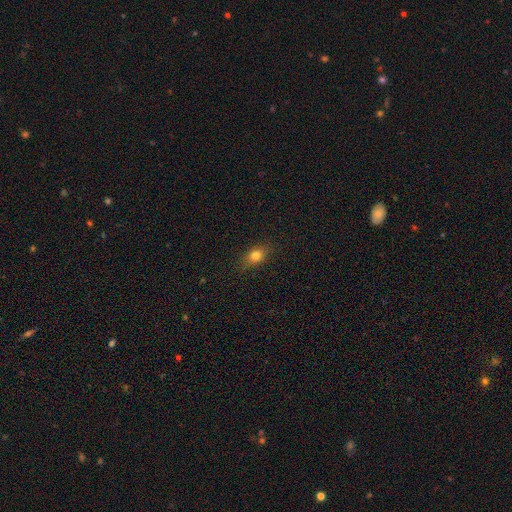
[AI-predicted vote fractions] This is likely a smooth galaxy (76%). How rounded: likely in between (64%). Merging: clearly none (83%).